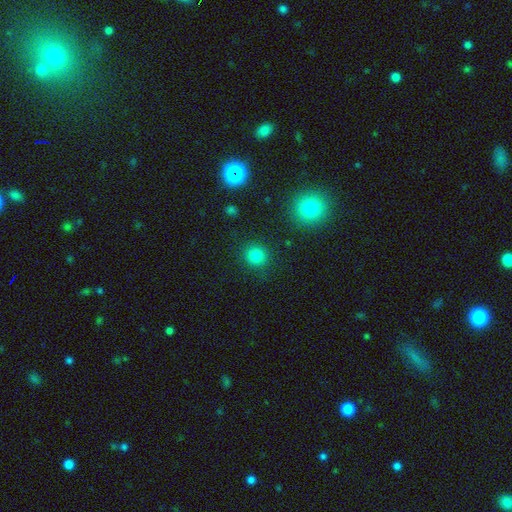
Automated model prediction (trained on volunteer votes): A smooth galaxy with no disk features (81%) that is round (92%). Merging: none (89%).